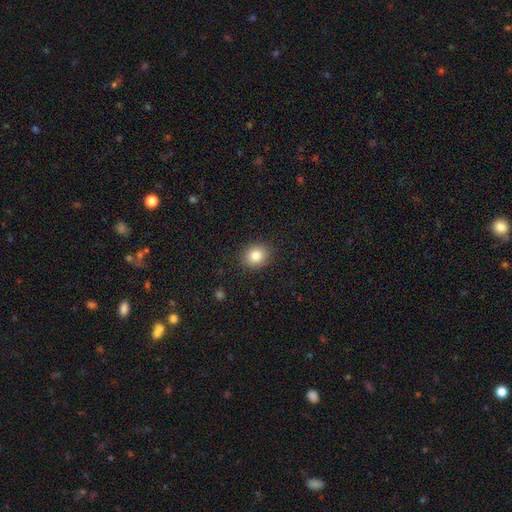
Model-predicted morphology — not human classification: smooth-or-featured: smooth: 82% | star or artifact: 10% | featured or disk: 8%
  how-rounded: round: 72% | in between: 27% | cigar-shaped: 1%
  merging: none: 89% | minor disturbance: 7% | major disturbance: 2% | merger: 1%